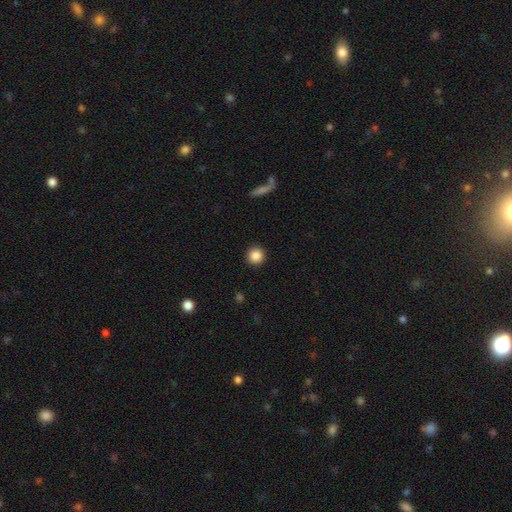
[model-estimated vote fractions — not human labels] Smooth or featured: smooth — 87% (star or artifact — 9%)
How rounded: round — 94% (in between — 5%)
Merging: none — 92% (minor disturbance — 5%)